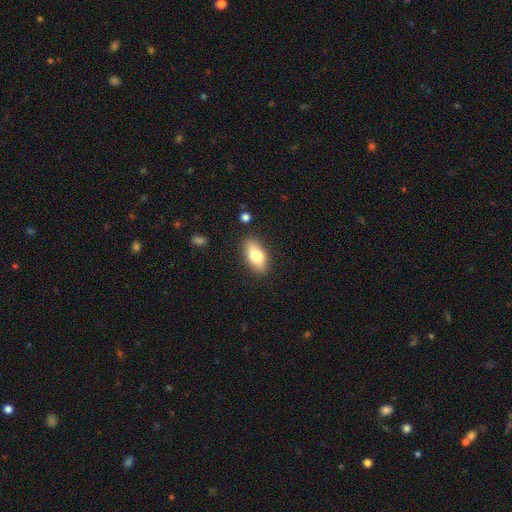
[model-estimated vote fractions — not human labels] Q: Smooth or featured?
A: smooth (77%); runner-up: featured or disk (16%)
Q: How rounded?
A: in between (88%); runner-up: cigar-shaped (8%)
Q: Merging?
A: none (85%); runner-up: minor disturbance (11%)